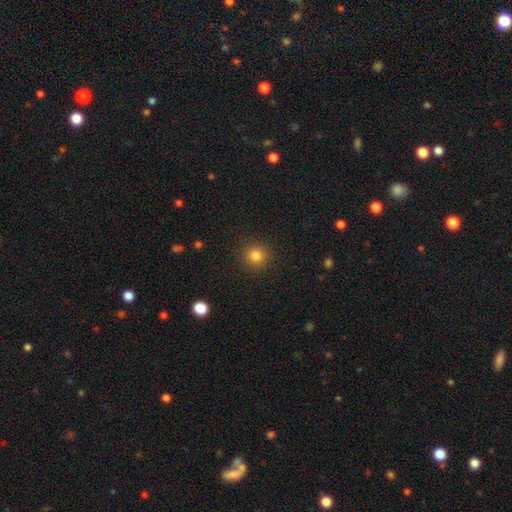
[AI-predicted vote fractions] smooth_or_featured: smooth (p=0.82) [alt: star or artifact p=0.13]
how_rounded: round (p=0.93) [alt: in between p=0.07]
merging: none (p=0.91) [alt: minor disturbance p=0.06]